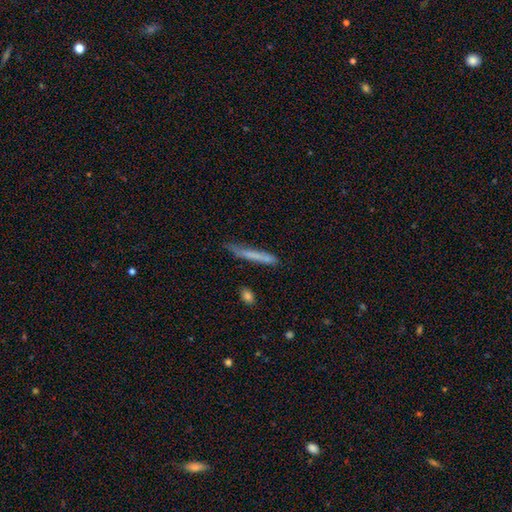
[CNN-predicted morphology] Smooth or featured?
  - smooth: 64% *
  - featured or disk: 29%
  - star or artifact: 8%
How rounded?
  - cigar-shaped: 95% *
  - in between: 3%
  - round: 1%
Merging?
  - none: 70% *
  - minor disturbance: 21%
  - major disturbance: 6%
  - merger: 3%